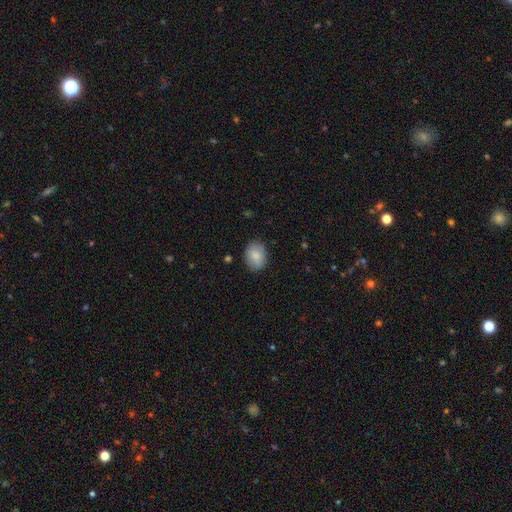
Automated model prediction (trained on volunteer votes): Smooth or featured? Predicted: smooth (p=0.86). How rounded? Predicted: in between (p=0.67). Merging? Predicted: none (p=0.85).